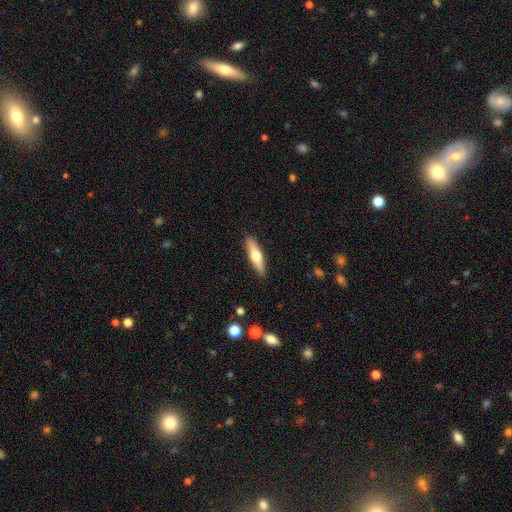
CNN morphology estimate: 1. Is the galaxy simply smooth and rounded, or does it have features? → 49% smooth, 45% featured or disk, 6% star or artifact.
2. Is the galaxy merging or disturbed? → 90% none, 7% minor disturbance, 2% major disturbance, 1% merger.